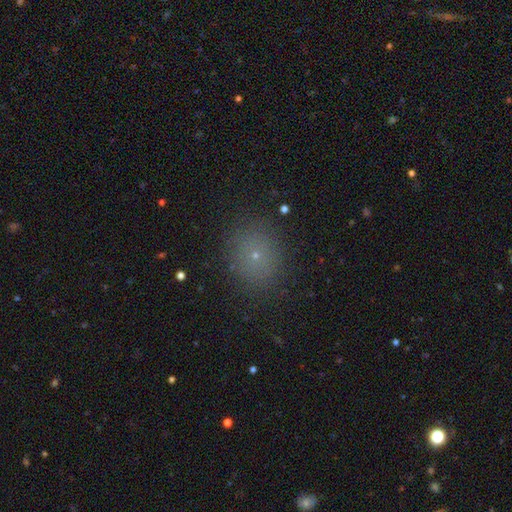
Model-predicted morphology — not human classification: This appears to be a smooth galaxy with no disk features (68%) that is round (75%). Merging: none (87%).